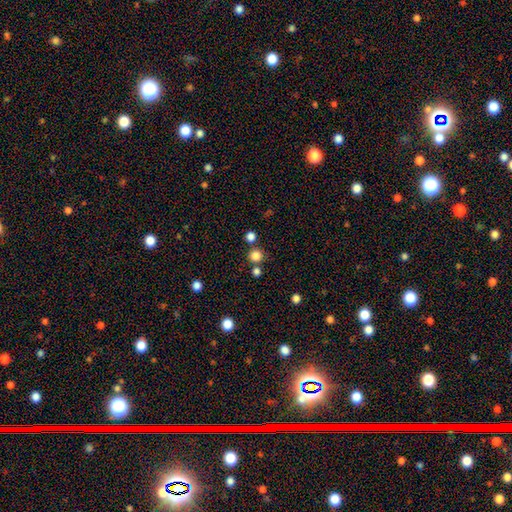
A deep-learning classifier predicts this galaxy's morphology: smooth-or-featured: smooth: 82% | star or artifact: 14% | featured or disk: 4%
  how-rounded: round: 94% | in between: 5% | cigar-shaped: 1%
  merging: none: 79% | merger: 13% | minor disturbance: 6% | major disturbance: 3%